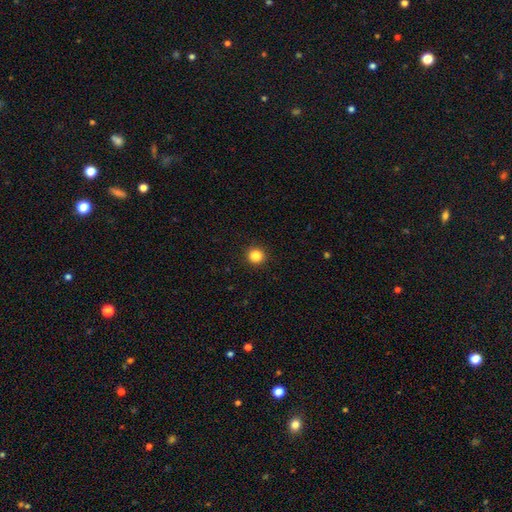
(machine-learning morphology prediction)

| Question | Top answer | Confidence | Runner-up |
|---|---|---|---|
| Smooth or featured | smooth | 86% | star or artifact (11%) |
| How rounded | round | 95% | in between (4%) |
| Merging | none | 93% | minor disturbance (5%) |